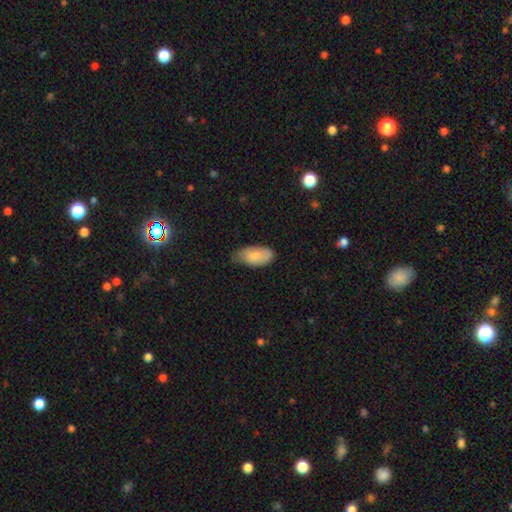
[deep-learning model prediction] smooth 79%, featured or disk 15%, star or artifact 6%. Down the decision tree: how rounded — in between (94%); merging — none (55%).